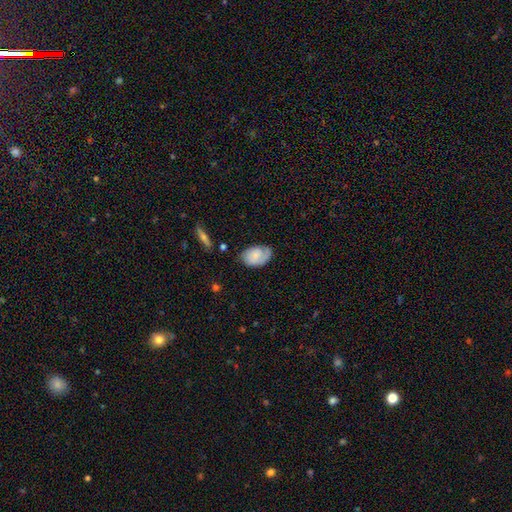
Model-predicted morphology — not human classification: Q: Smooth or featured?
A: smooth (53%); runner-up: featured or disk (39%)
Q: How rounded?
A: in between (87%); runner-up: round (11%)
Q: Merging?
A: none (62%); runner-up: minor disturbance (26%)